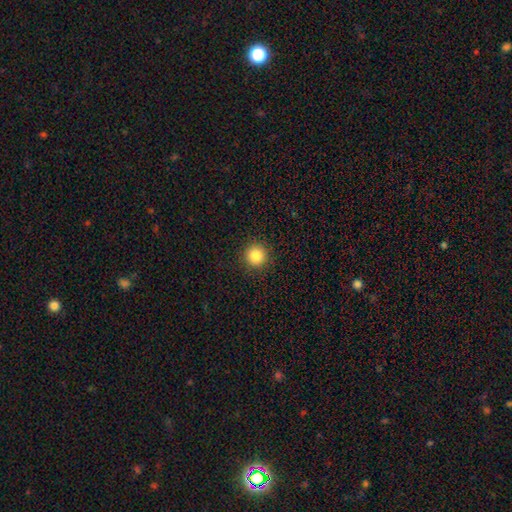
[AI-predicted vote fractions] Smooth or featured? smooth (85%)
How rounded? round (95%)
Merging? none (92%)